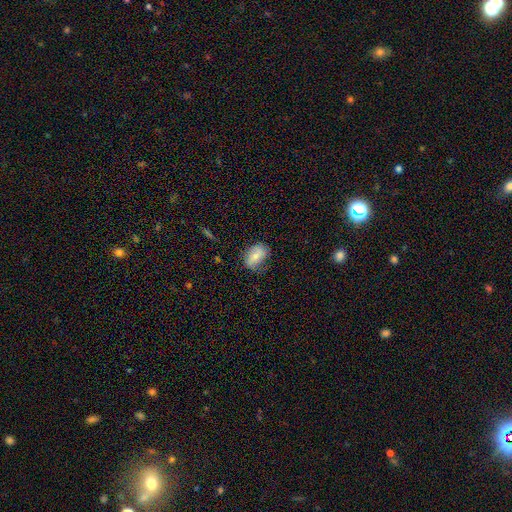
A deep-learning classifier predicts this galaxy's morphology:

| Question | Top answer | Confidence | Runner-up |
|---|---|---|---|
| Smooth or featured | smooth | 66% | featured or disk (26%) |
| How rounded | in between | 80% | round (19%) |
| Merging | none | 56% | minor disturbance (31%) |